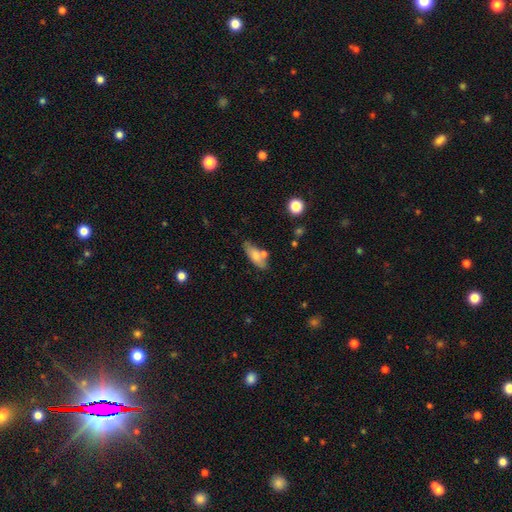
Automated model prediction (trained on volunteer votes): smooth 72%, featured or disk 21%, star or artifact 7%. Down the decision tree: how rounded — in between (69%); merging — none (62%).